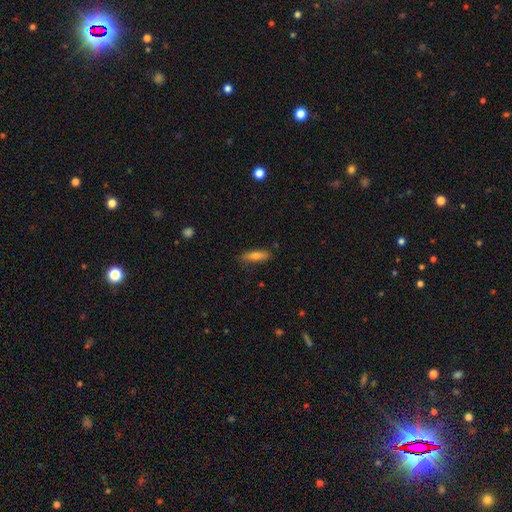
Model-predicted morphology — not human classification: A smooth galaxy with no disk features (73%) that is cigar-shaped (52%).

Vote fractions:
- Smooth or featured? smooth: 73% / featured or disk: 20% / star or artifact: 7%
- How rounded? cigar-shaped: 52% / in between: 46% / round: 2%
- Merging? none: 84% / minor disturbance: 13% / major disturbance: 2% / merger: 1%